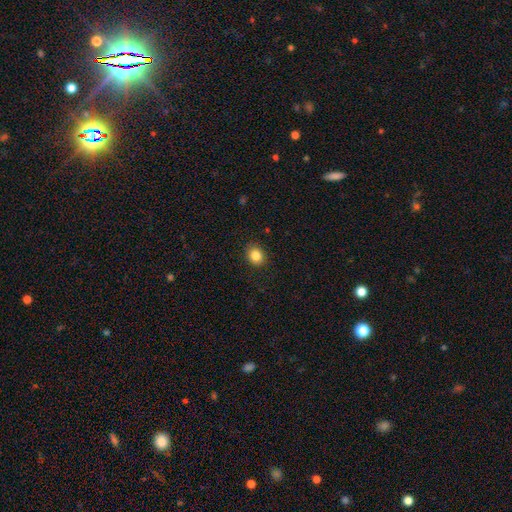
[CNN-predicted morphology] Smooth or featured? smooth (85%)
How rounded? round (67%)
Merging? none (90%)